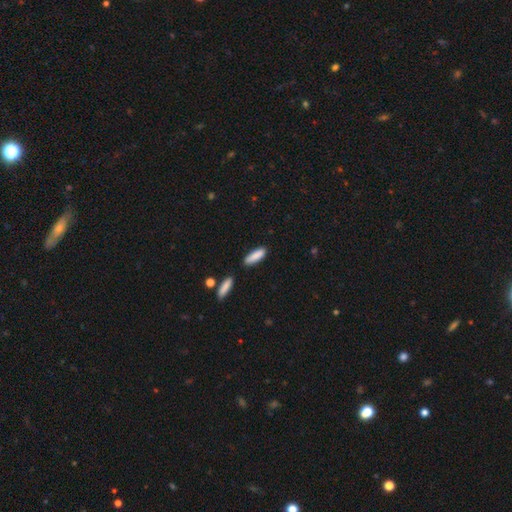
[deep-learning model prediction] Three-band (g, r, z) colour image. It shows a smooth galaxy with no disk features (87%) that is cigar-shaped (55%). Merging: none (81%).